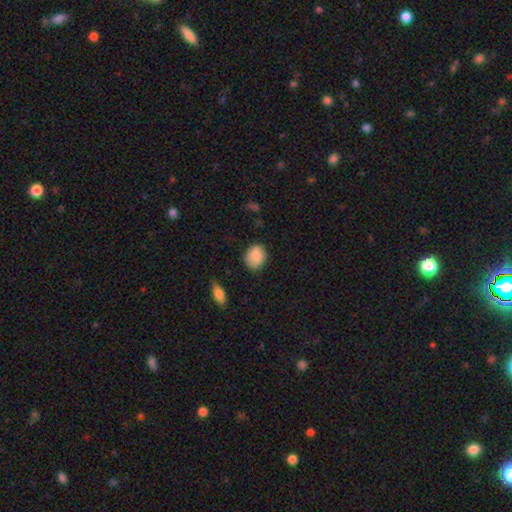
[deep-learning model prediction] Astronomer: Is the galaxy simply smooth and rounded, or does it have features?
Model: smooth — 87%.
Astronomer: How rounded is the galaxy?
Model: round — 58% (runner-up: in between, 41%).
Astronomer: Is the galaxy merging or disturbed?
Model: none — 77%.